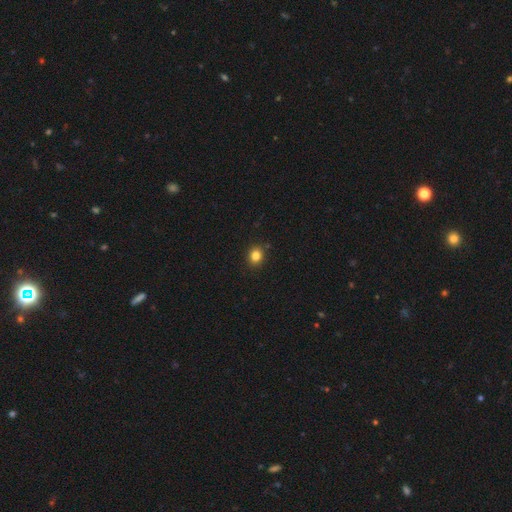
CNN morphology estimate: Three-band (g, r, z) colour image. It shows a smooth galaxy with no disk features (83%) that is round (72%). Merging: none (90%).